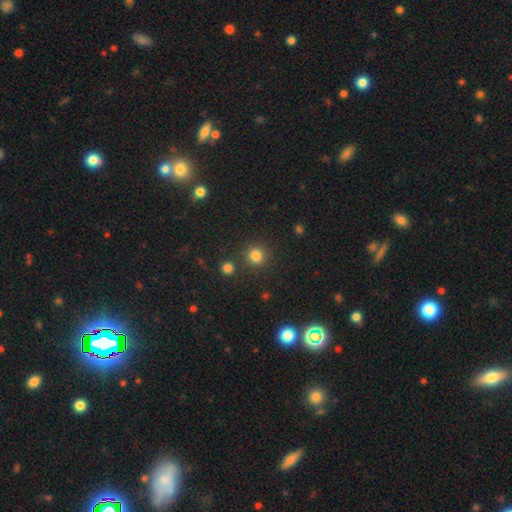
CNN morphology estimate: A smooth galaxy with no disk features (81%) that is round (92%). Merging: none (85%).